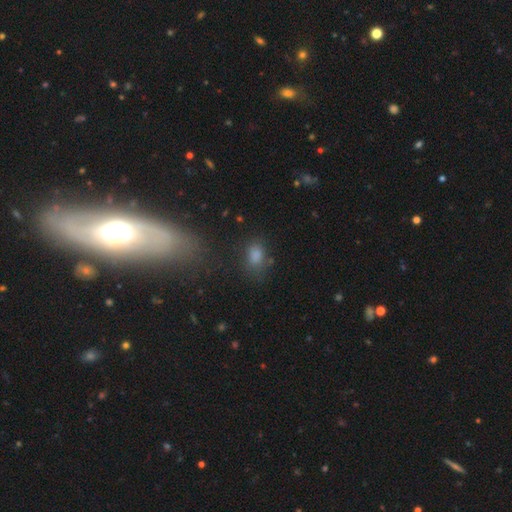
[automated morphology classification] smooth_or_featured: smooth (p=0.81) [alt: star or artifact p=0.13]
how_rounded: in between (p=0.75) [alt: round p=0.23]
merging: none (p=0.66) [alt: minor disturbance p=0.19]